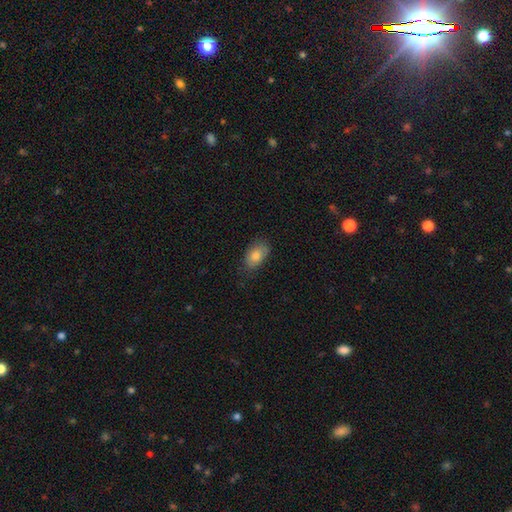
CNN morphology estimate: A smooth galaxy with no disk features (80%) that is in between round and cigar-shaped (90%).

Vote fractions:
- Smooth or featured? smooth: 80% / featured or disk: 12% / star or artifact: 8%
- How rounded? in between: 90% / round: 9% / cigar-shaped: 2%
- Merging? none: 72% / minor disturbance: 22% / major disturbance: 5% / merger: 1%